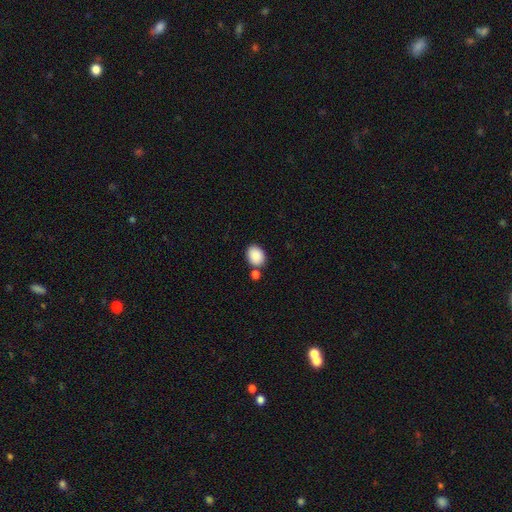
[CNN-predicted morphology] Overall: smooth (88%). How rounded: in between (65%; round 34%). Merging: none (72%).